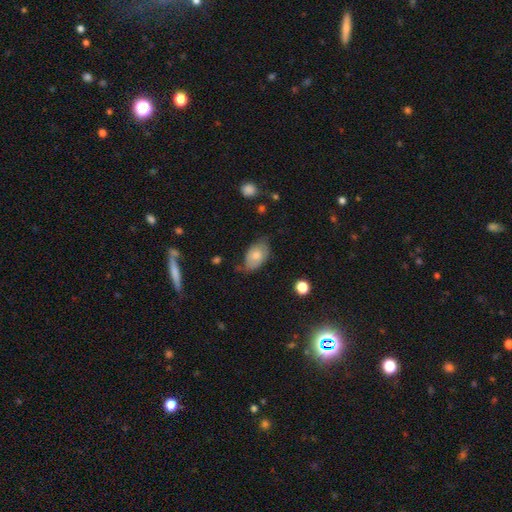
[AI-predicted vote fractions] This appears to be a smooth galaxy with no disk features (71%) that is in between round and cigar-shaped (92%). Merging: none (57%).